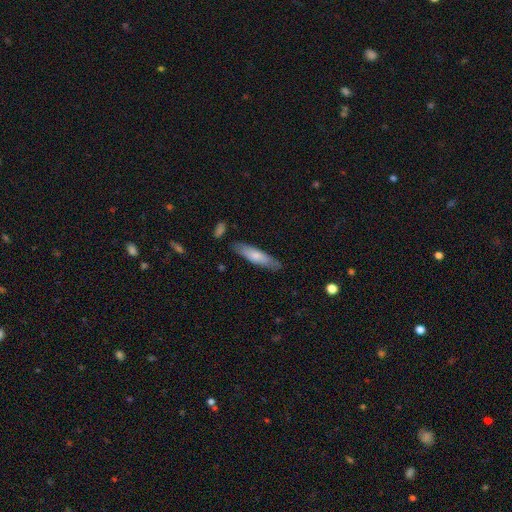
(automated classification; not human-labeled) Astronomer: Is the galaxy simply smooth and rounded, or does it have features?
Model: smooth — 69%.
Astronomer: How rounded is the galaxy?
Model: cigar-shaped — 73%.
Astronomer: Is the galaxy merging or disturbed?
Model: none — 79%.